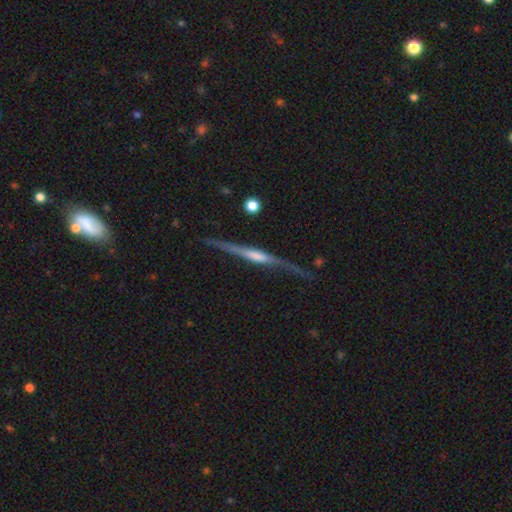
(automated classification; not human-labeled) Q: Smooth or featured?
A: featured or disk (85%); runner-up: smooth (9%)
Q: Edge-on disk?
A: yes (97%); runner-up: no (3%)
Q: Edge-on bulge?
A: rounded (68%); runner-up: boxy (17%)
Q: Merging?
A: none (83%); runner-up: minor disturbance (12%)